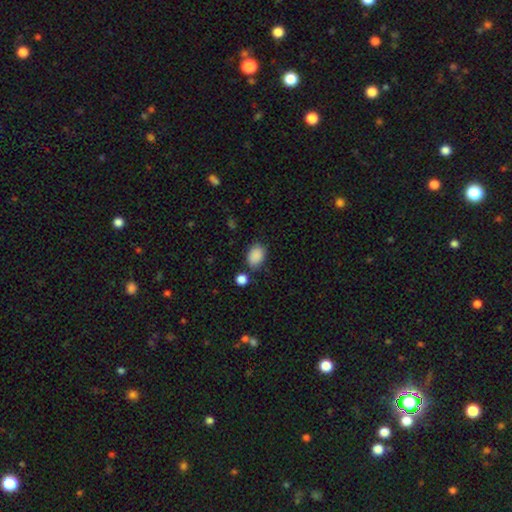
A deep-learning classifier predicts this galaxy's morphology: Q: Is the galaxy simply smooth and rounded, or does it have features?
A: smooth — 88%.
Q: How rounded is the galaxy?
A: in between — 76%.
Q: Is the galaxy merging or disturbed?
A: none — 73%.